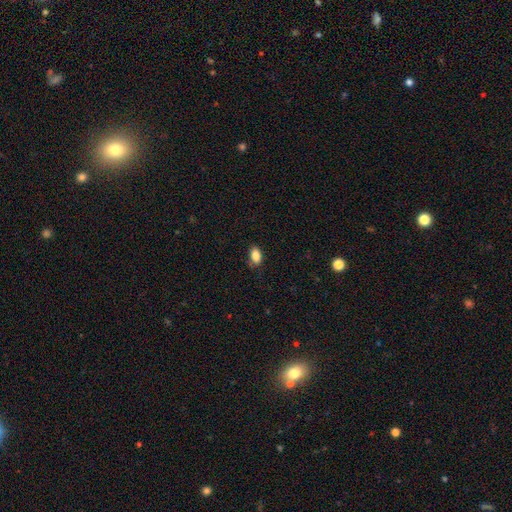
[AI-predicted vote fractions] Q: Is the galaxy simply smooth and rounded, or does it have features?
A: smooth — 85%.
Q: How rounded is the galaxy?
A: in between — 89%.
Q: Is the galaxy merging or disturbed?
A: none — 79%.